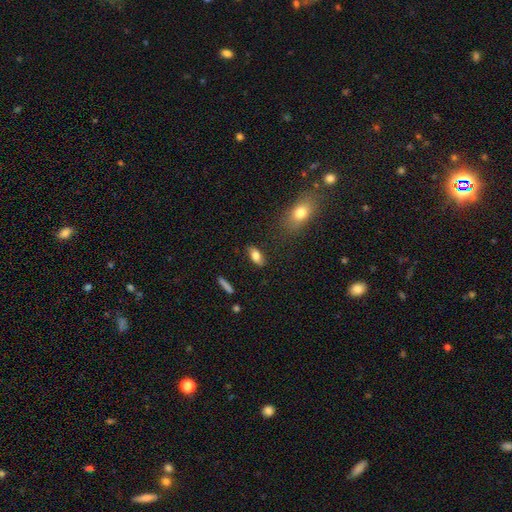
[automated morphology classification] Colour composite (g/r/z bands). It shows a smooth galaxy with no disk features (76%) that is in between round and cigar-shaped (82%). Merging: none (84%).